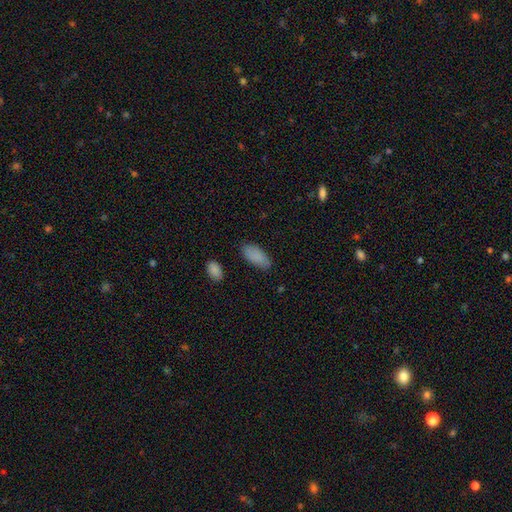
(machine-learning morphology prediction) A smooth galaxy with no disk features (88%) that is in between round and cigar-shaped (91%). Merging: none (82%).